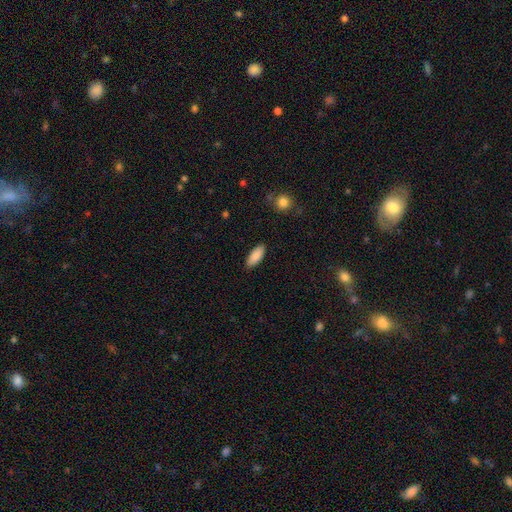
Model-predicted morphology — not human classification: Smooth or featured: smooth — 89% (star or artifact — 6%)
How rounded: in between — 78% (cigar-shaped — 21%)
Merging: none — 88% (minor disturbance — 9%)